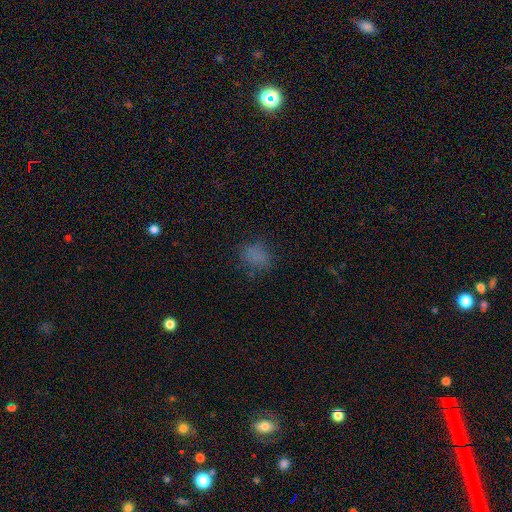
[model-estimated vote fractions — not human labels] Overall: smooth (71%). How rounded: round (52%; in between 46%). Merging: none (72%).